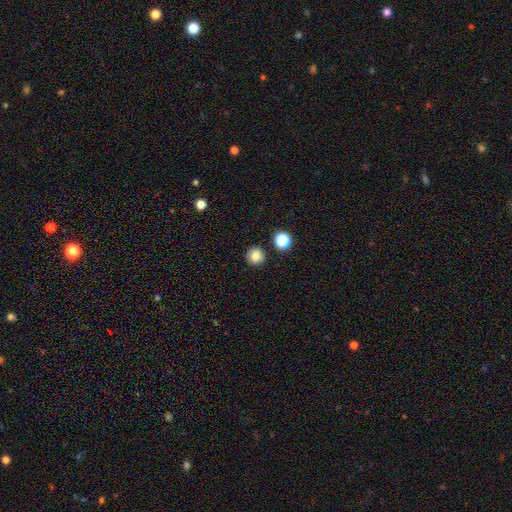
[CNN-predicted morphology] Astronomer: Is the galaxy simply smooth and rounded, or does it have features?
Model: smooth — 81%.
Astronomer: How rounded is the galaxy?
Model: round — 94%.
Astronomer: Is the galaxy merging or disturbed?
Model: none — 89%.